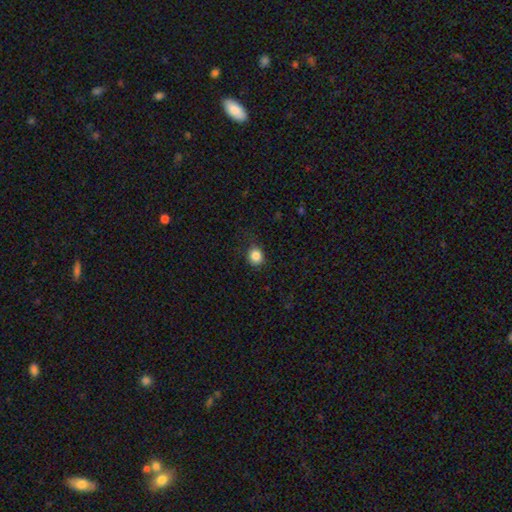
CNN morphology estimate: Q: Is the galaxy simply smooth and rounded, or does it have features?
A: smooth — 85%.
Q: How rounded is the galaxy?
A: round — 78%.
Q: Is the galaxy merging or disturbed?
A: none — 81%.